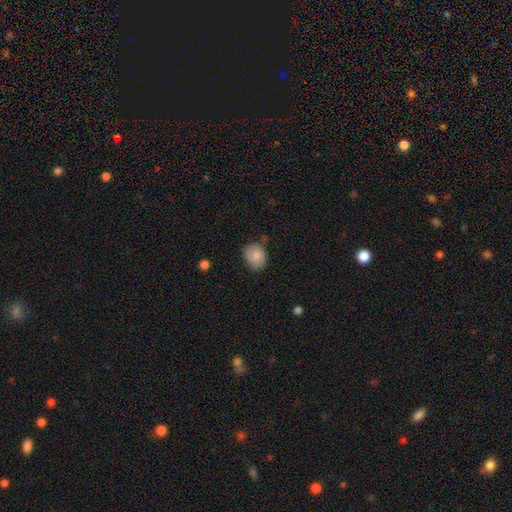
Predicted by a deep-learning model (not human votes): Smooth or featured: smooth — 81% (featured or disk — 12%)
How rounded: round — 52% (in between — 48%)
Merging: none — 67% (minor disturbance — 26%)